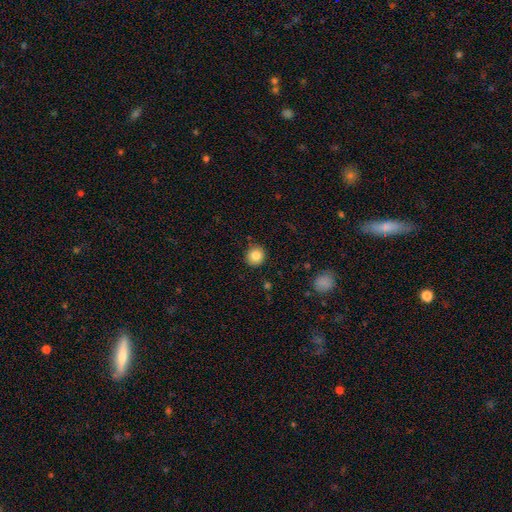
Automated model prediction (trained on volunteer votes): Smooth or featured? Predicted: smooth (p=0.83). How rounded? Predicted: round (p=0.91). Merging? Predicted: none (p=0.89).